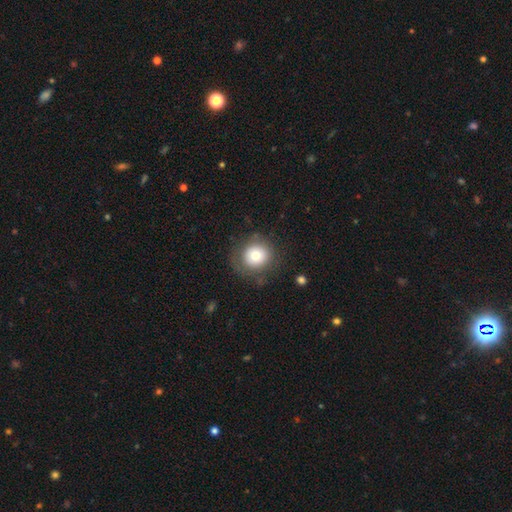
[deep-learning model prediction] A smooth galaxy with no disk features (72%) that is round (90%). Merging: none (80%).